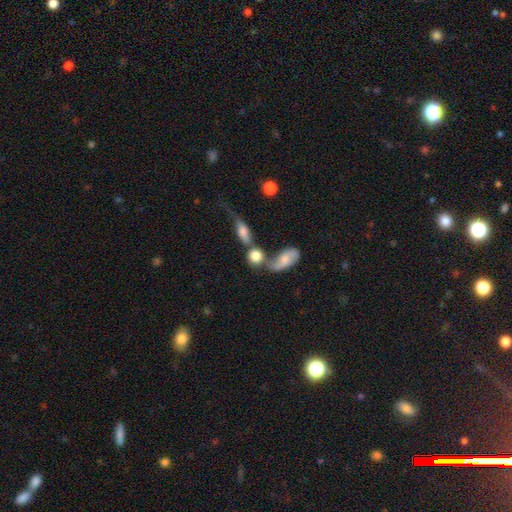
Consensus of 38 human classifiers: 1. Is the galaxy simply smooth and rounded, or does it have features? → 82% smooth, 13% featured or disk, 5% star or artifact.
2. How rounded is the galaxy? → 77% round, 23% in between, 0% cigar-shaped.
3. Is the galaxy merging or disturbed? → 69% merger, 19% none, 6% minor disturbance, 6% major disturbance.